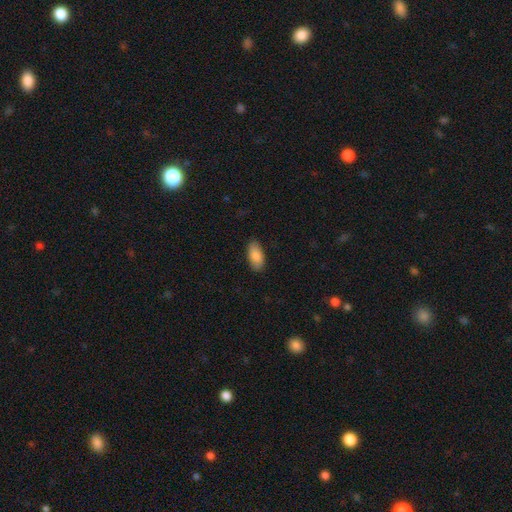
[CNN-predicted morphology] This appears to be a smooth galaxy with no disk features (86%) that is in between round and cigar-shaped (92%). Merging: none (86%).